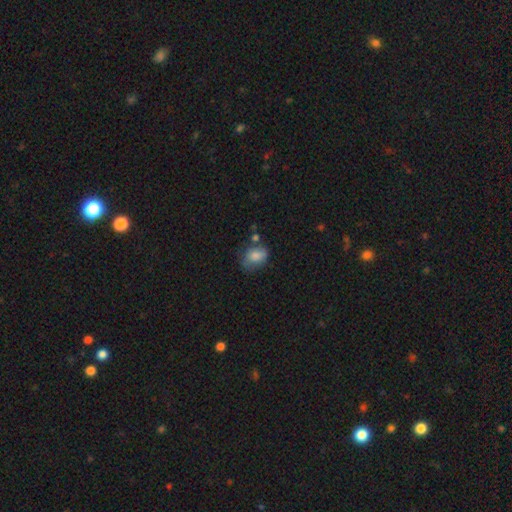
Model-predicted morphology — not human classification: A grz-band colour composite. It shows a smooth galaxy with no disk features (78%) that is in between round and cigar-shaped (67%). Merging: none (50%).